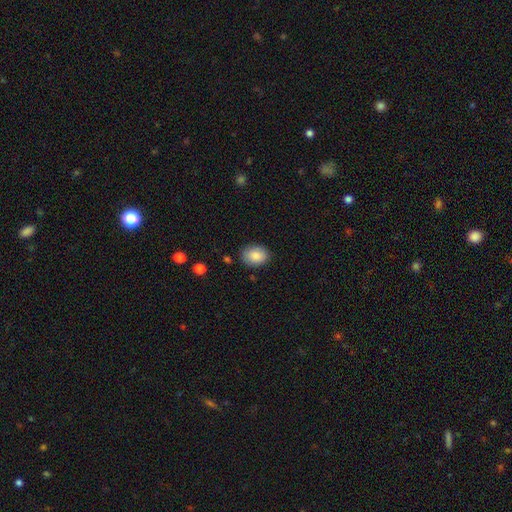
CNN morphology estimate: This is clearly a smooth galaxy (86%). How rounded: likely in between (71%). Merging: clearly none (84%).